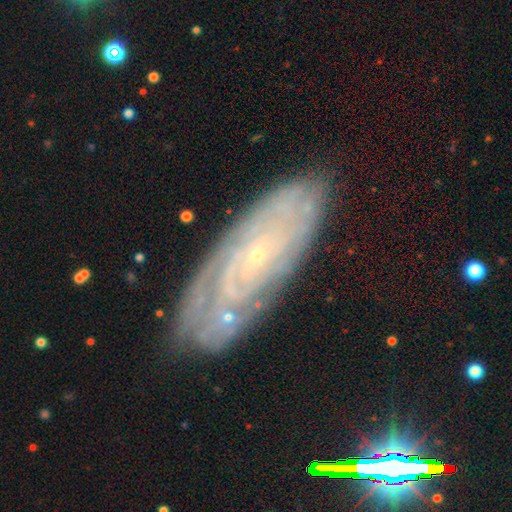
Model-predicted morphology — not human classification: featured or disk 79%, smooth 12%, star or artifact 9%. Down the decision tree: edge-on disk — no (87%); bar — no (72%); spiral arms — yes (92%); spiral arm count — can't tell (51%); spiral winding — tight (80%); bulge size — small (87%); merging — none (80%).